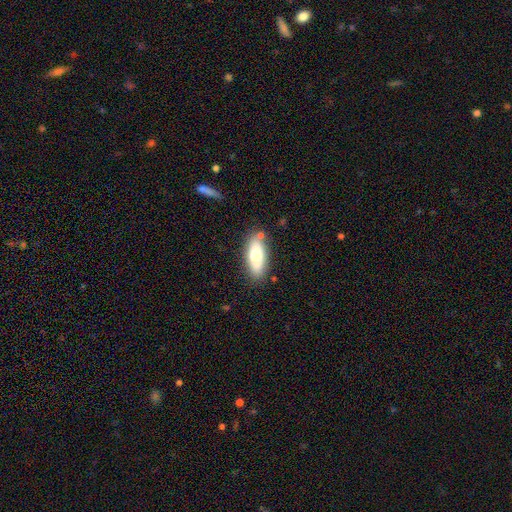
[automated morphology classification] Overall: smooth (67%). How rounded: in between (77%). Merging: none (78%).